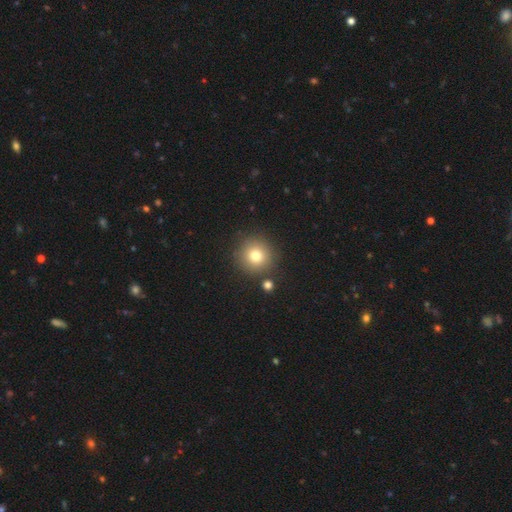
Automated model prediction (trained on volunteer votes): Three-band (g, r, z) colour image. It shows a smooth galaxy with no disk features (78%) that is round (94%). Merging: none (84%).